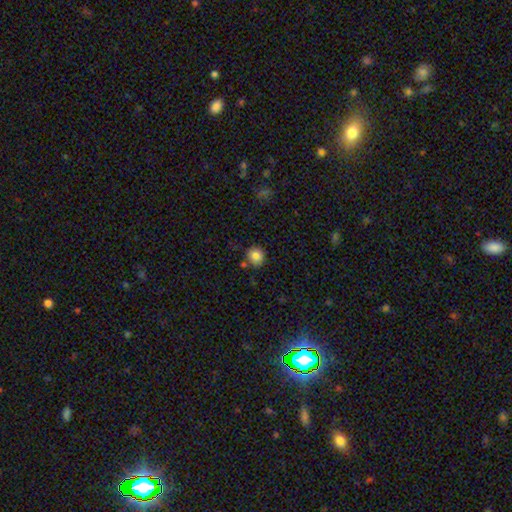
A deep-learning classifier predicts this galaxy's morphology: The model was most divided on "merging": none: 81%, minor disturbance: 11%, merger: 6%, major disturbance: 2%. More confident: how rounded — round (88%); smooth or featured — smooth (84%).